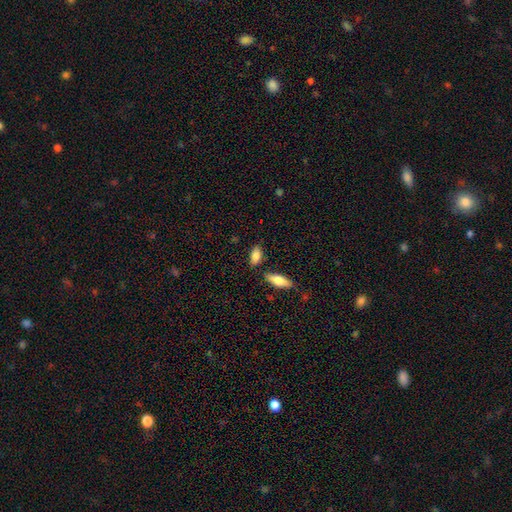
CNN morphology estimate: This is clearly a smooth galaxy (81%). How rounded: clearly in between (83%). Merging: likely none (76%).